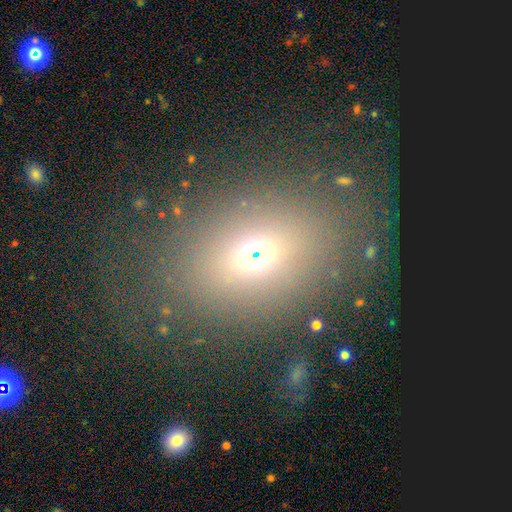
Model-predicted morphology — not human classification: Smooth or featured: smooth — 61% (star or artifact — 23%)
How rounded: in between — 70% (round — 27%)
Merging: none — 67% (minor disturbance — 15%)